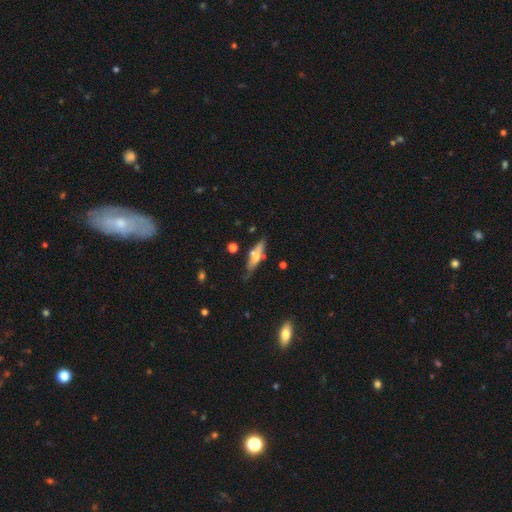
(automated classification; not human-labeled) Smooth or featured? smooth (48%)
Merging? none (63%)